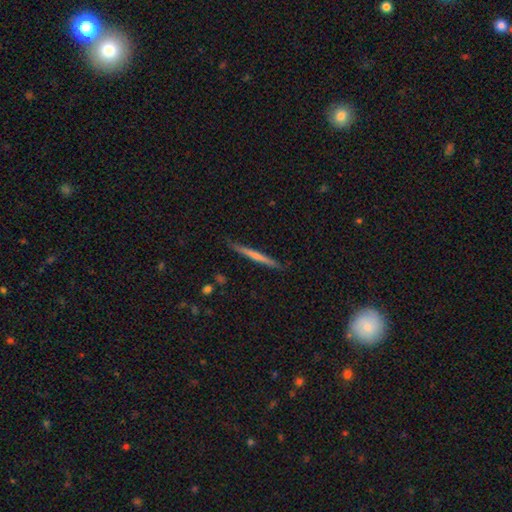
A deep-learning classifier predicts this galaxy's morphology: Smooth or featured: featured or disk — 60% (smooth — 33%)
Edge-on disk: yes — 98% (no — 2%)
Edge-on bulge: none — 58% (rounded — 35%)
Merging: none — 90% (minor disturbance — 7%)